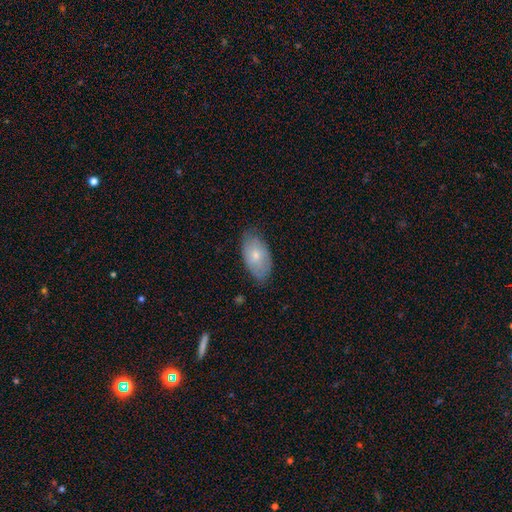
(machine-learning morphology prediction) Smooth or featured?
  - smooth: 68% *
  - featured or disk: 26%
  - star or artifact: 6%
How rounded?
  - in between: 94% *
  - round: 4%
  - cigar-shaped: 2%
Merging?
  - none: 75% *
  - minor disturbance: 21%
  - major disturbance: 4%
  - merger: 1%